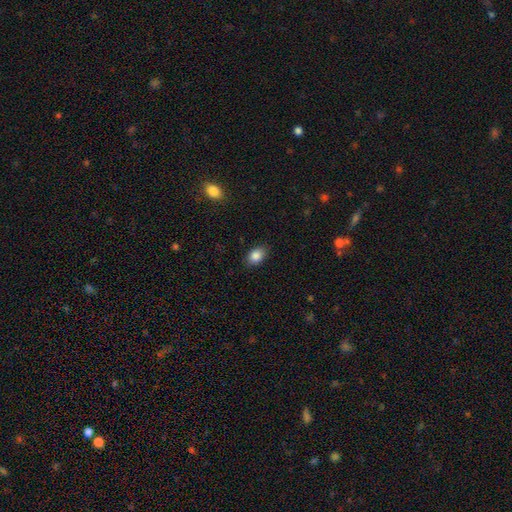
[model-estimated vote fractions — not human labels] Smooth or featured? smooth (87%)
How rounded? in between (83%)
Merging? none (87%)